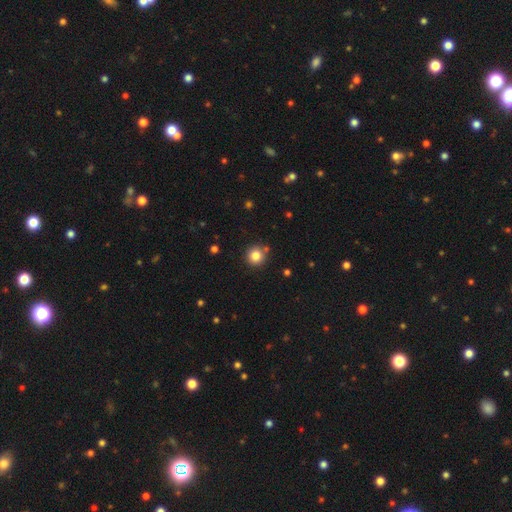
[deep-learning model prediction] smooth_or_featured: smooth (p=0.83) [alt: star or artifact p=0.11]
how_rounded: round (p=0.94) [alt: in between p=0.05]
merging: none (p=0.84) [alt: minor disturbance p=0.08]